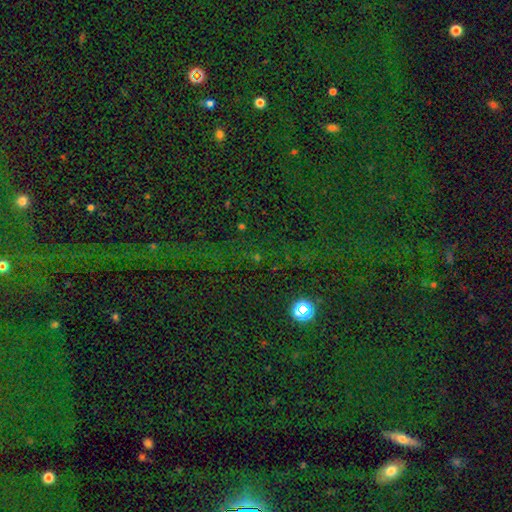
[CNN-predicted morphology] This is clearly a star or artifact rather than a galaxy (80%).